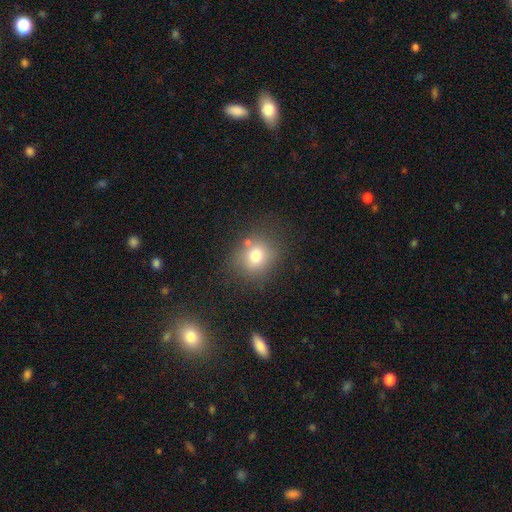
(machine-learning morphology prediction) Q: Smooth or featured?
A: smooth (75%); runner-up: star or artifact (13%)
Q: How rounded?
A: round (72%); runner-up: in between (27%)
Q: Merging?
A: none (72%); runner-up: minor disturbance (15%)